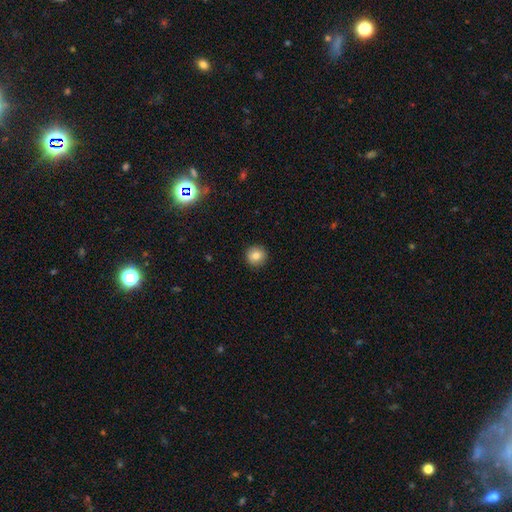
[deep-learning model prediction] smooth-or-featured: smooth: 82% | star or artifact: 10% | featured or disk: 9%
  how-rounded: round: 95% | in between: 4% | cigar-shaped: 1%
  merging: none: 92% | minor disturbance: 5% | major disturbance: 2% | merger: 1%